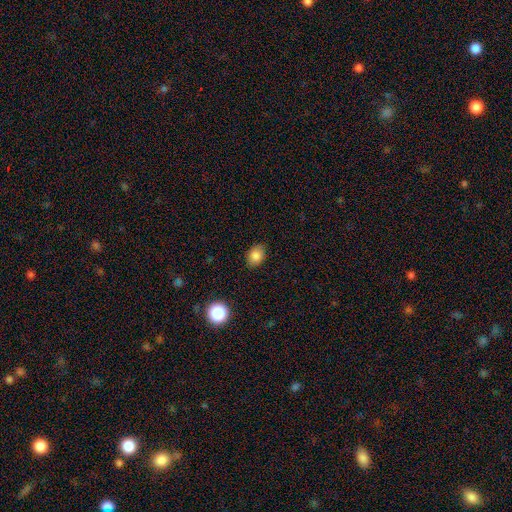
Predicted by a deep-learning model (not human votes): smooth-or-featured: smooth: 84% | star or artifact: 10% | featured or disk: 6%
  how-rounded: in between: 70% | round: 29% | cigar-shaped: 1%
  merging: none: 85% | minor disturbance: 11% | major disturbance: 2% | merger: 1%